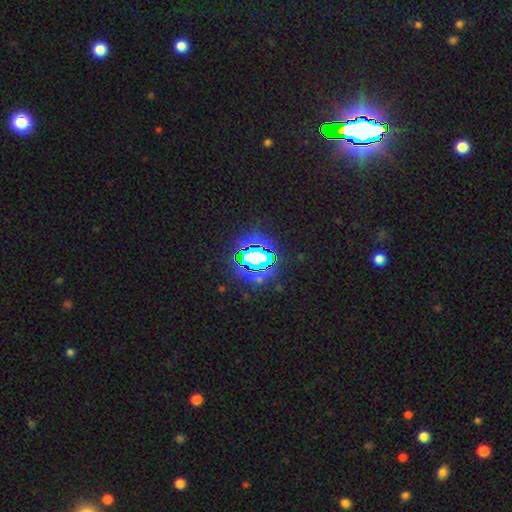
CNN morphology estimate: smooth_or_featured: star or artifact (p=0.73) [alt: smooth p=0.15]